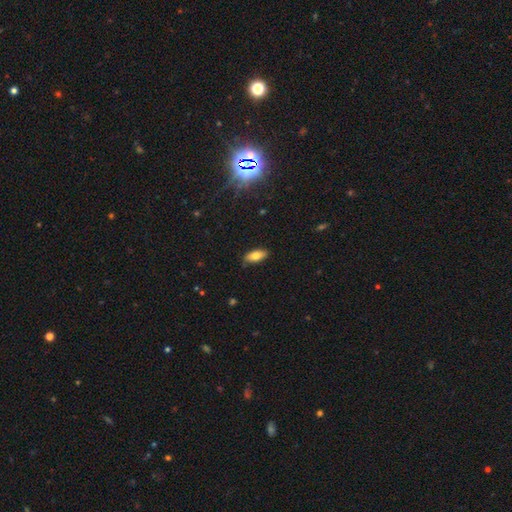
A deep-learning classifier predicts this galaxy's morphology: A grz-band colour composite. It shows a smooth galaxy with no disk features (75%) that is in between round and cigar-shaped (85%). Merging: none (84%).